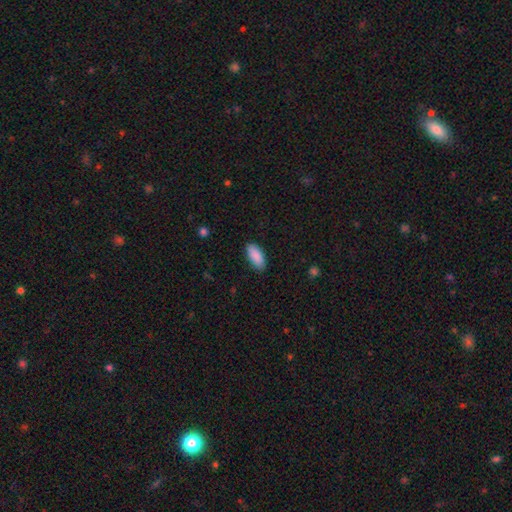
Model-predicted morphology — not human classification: Overall: smooth (90%). How rounded: in between (87%). Merging: none (86%).